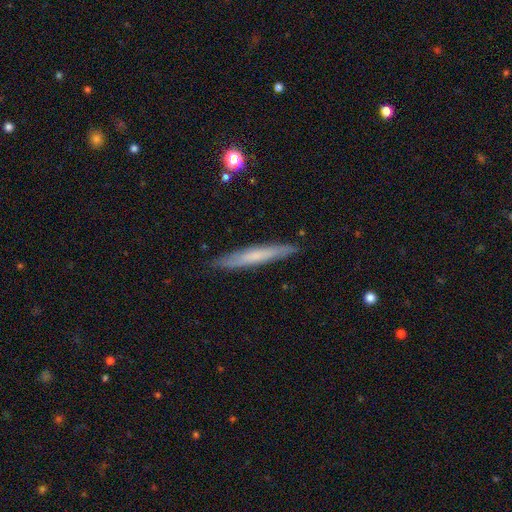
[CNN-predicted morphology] smooth_or_featured: smooth (p=0.56) [alt: featured or disk p=0.38]
how_rounded: cigar-shaped (p=0.95) [alt: in between p=0.04]
merging: none (p=0.88) [alt: minor disturbance p=0.09]